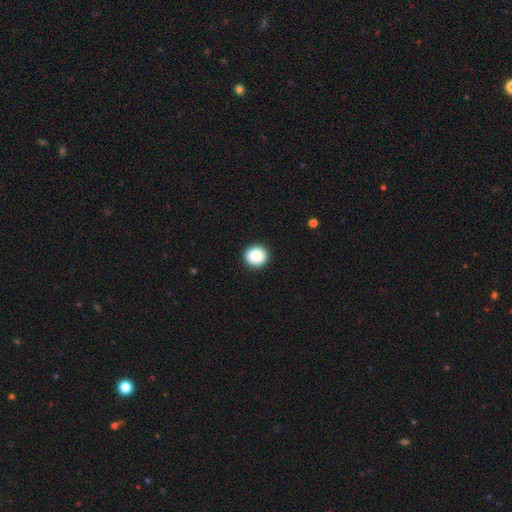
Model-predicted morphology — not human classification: Smooth or featured? smooth (88%)
How rounded? round (91%)
Merging? none (92%)